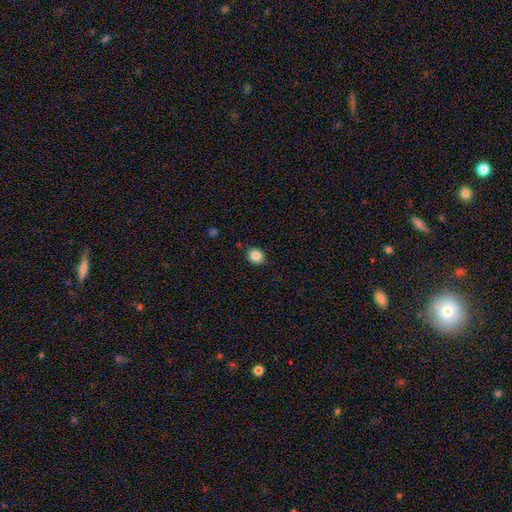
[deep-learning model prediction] The model was most divided on "how rounded": round: 71%, in between: 28%, cigar-shaped: 1%. More confident: merging — none (88%); smooth or featured — smooth (86%).